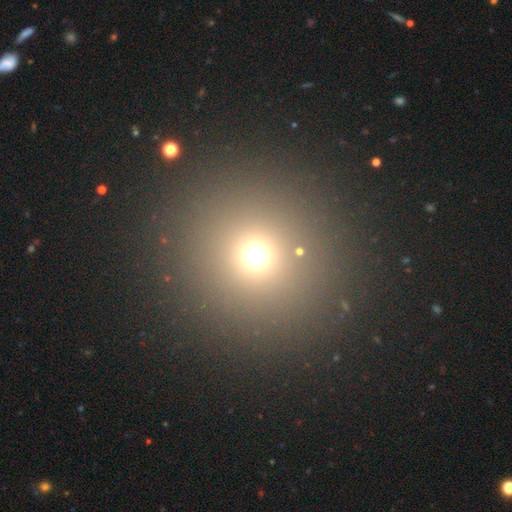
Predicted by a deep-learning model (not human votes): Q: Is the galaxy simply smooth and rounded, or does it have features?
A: smooth — 65%.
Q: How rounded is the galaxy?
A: round — 92%.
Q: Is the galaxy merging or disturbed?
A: none — 85%.